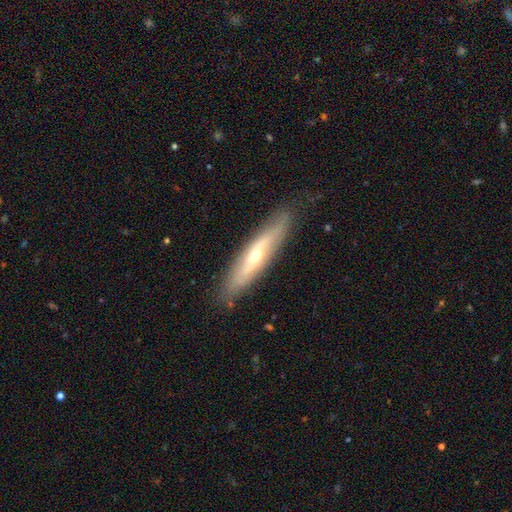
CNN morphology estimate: Overall: featured or disk (63%; smooth 30%). Edge-on disk: yes (65%; no 35%). Merging: none (81%).